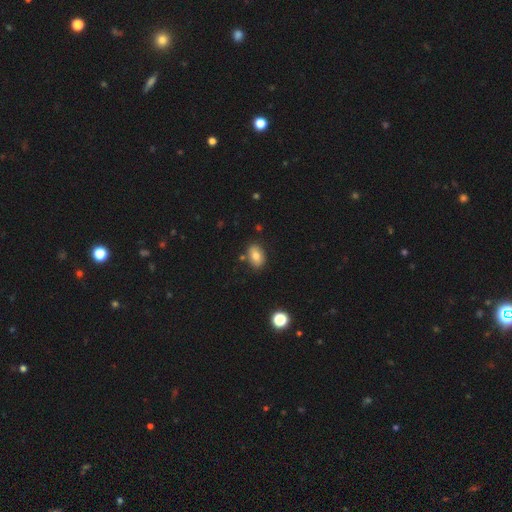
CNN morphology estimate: type=smooth (80%); roundness=in between (86%); merging=none (81%).